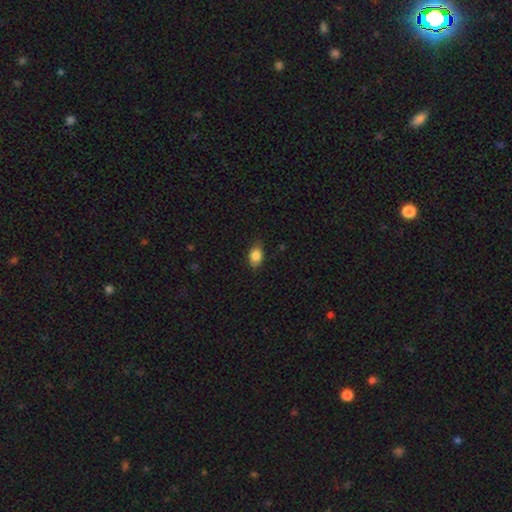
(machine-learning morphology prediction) Smooth or featured? smooth (85%)
How rounded? in between (78%)
Merging? none (80%)